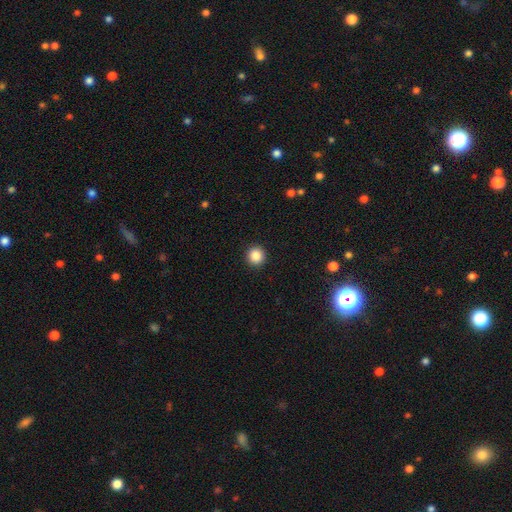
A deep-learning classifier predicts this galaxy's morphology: Smooth or featured? Predicted: smooth (p=0.87). How rounded? Predicted: round (p=0.94). Merging? Predicted: none (p=0.93).